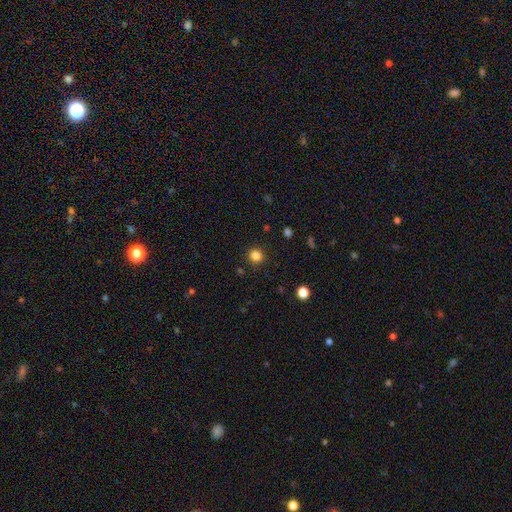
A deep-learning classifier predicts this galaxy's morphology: Q: Smooth or featured?
A: smooth (83%); runner-up: star or artifact (13%)
Q: How rounded?
A: round (92%); runner-up: in between (7%)
Q: Merging?
A: none (90%); runner-up: minor disturbance (7%)